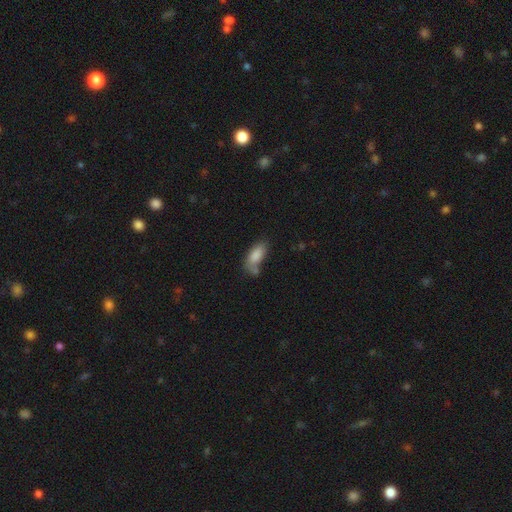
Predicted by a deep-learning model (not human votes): smooth_or_featured: smooth (p=0.83) [alt: featured or disk p=0.09]
how_rounded: in between (p=0.83) [alt: cigar-shaped p=0.14]
merging: none (p=0.47) [alt: minor disturbance p=0.24]